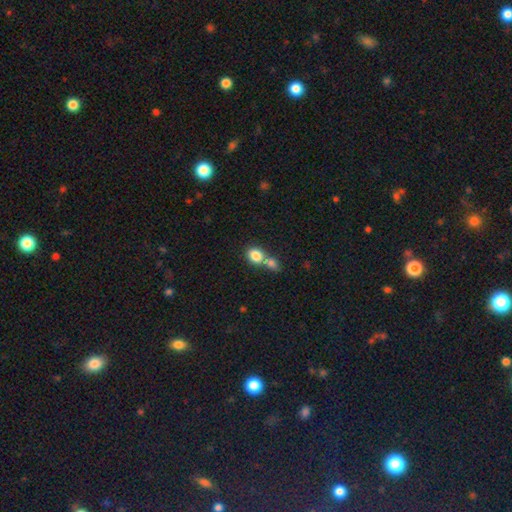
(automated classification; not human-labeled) This appears to be a smooth galaxy with no disk features (81%) that is round (58%). Merging: merger (58%).